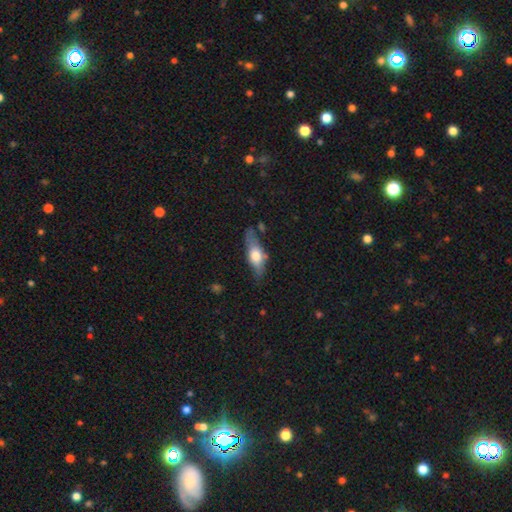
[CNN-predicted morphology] The model was most divided on "smooth or featured": smooth: 55%, featured or disk: 38%, star or artifact: 6%. More confident: how rounded — in between (64%); merging — none (62%).